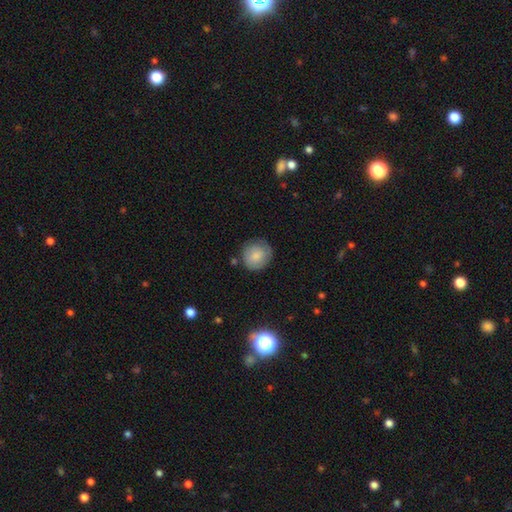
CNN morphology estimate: Q: Smooth or featured?
A: smooth (78%); runner-up: featured or disk (15%)
Q: How rounded?
A: round (89%); runner-up: in between (10%)
Q: Merging?
A: none (77%); runner-up: minor disturbance (16%)